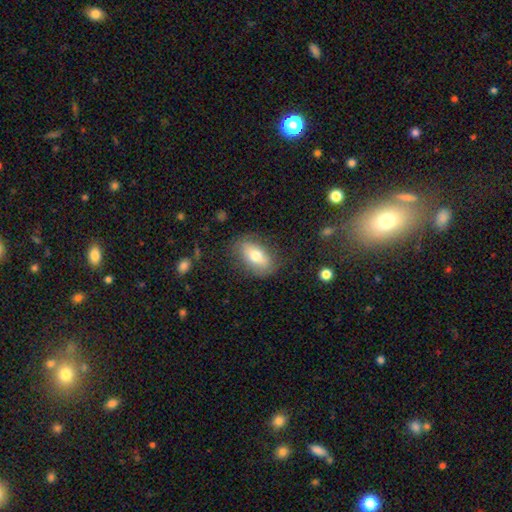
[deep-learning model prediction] Morphology: type=smooth (66%); roundness=in between (87%); merging=none (76%).